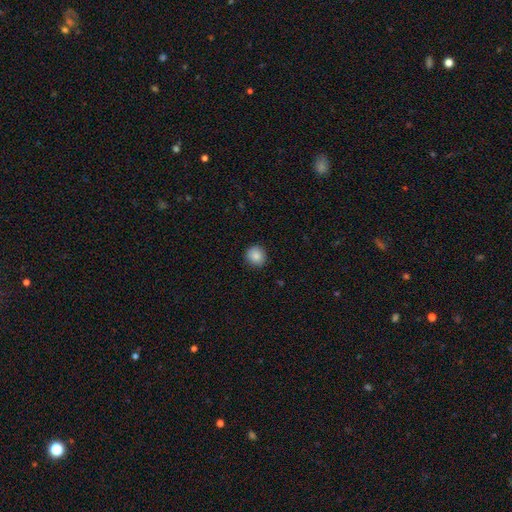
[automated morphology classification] Smooth or featured?
  - smooth: 86% *
  - star or artifact: 9%
  - featured or disk: 5%
How rounded?
  - round: 89% *
  - in between: 10%
  - cigar-shaped: 1%
Merging?
  - none: 90% *
  - minor disturbance: 7%
  - major disturbance: 2%
  - merger: 1%